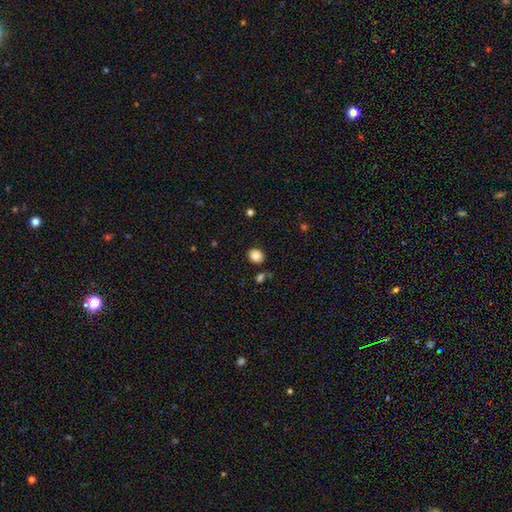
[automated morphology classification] type=smooth (87%); roundness=round (62%); merging=none (83%).